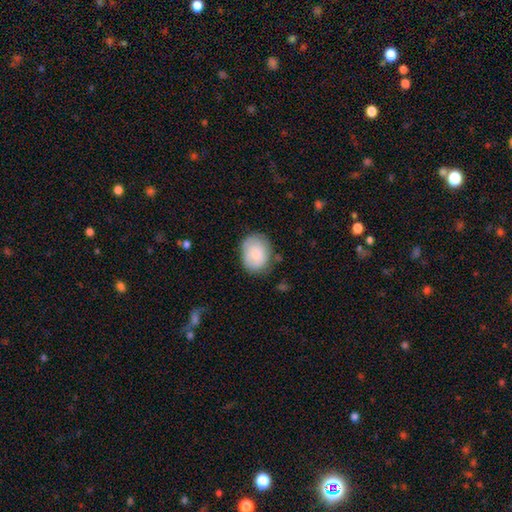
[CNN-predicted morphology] This appears to be a smooth galaxy with no disk features (80%) that is in between round and cigar-shaped (59%). Merging: none (68%).